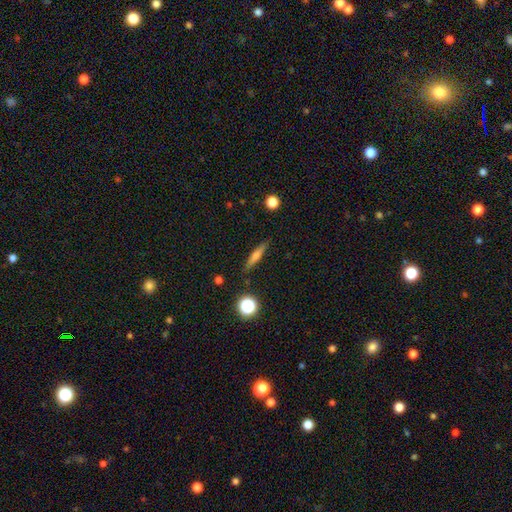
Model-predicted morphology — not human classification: smooth-or-featured: smooth: 53% | featured or disk: 37% | star or artifact: 10%
  how-rounded: cigar-shaped: 87% | in between: 9% | round: 4%
  merging: none: 88% | minor disturbance: 8% | major disturbance: 2% | merger: 2%